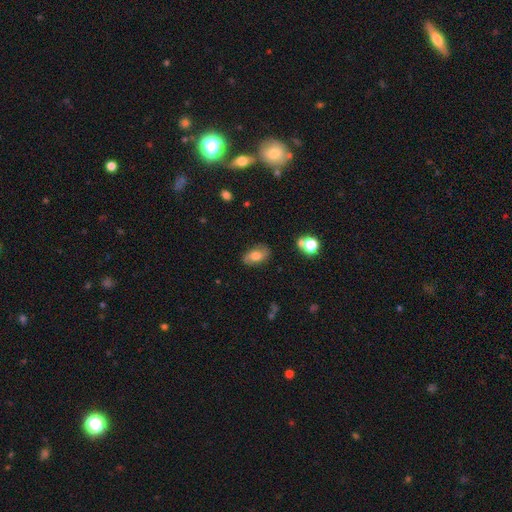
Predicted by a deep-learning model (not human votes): This is possibly a smooth galaxy (59%). How rounded: clearly in between (89%). Merging: likely none (79%).